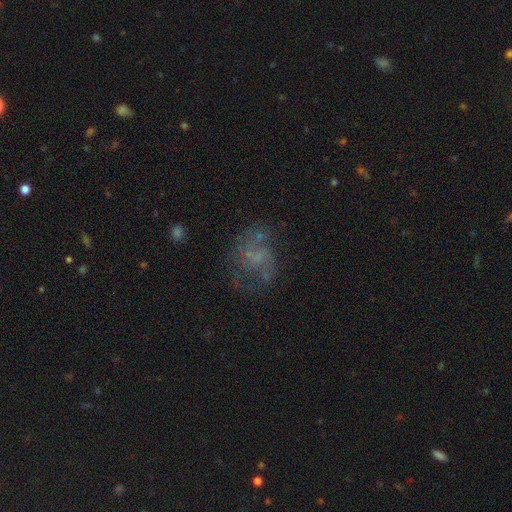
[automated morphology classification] A featured or disk galaxy (54%) with no bar (71%), spiral arms (51%) and no central bulge (56%). Merging: none (50%).